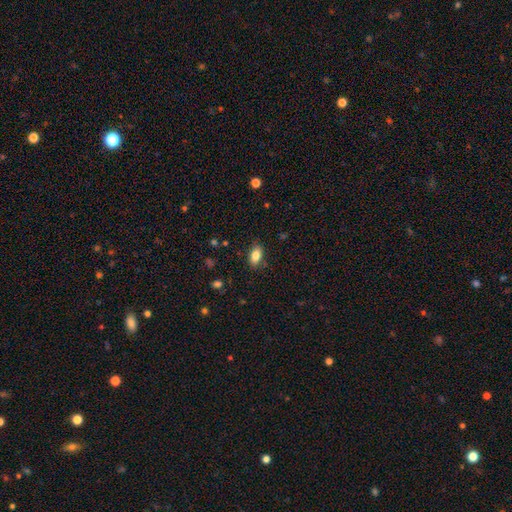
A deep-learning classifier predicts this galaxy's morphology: This appears to be a smooth galaxy with no disk features (84%) that is in between round and cigar-shaped (89%). Merging: none (84%).